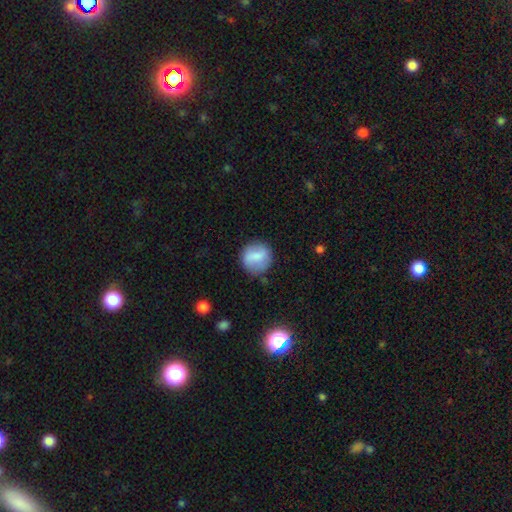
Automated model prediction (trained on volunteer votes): Smooth or featured? smooth (70%)
How rounded? round (87%)
Merging? none (77%)